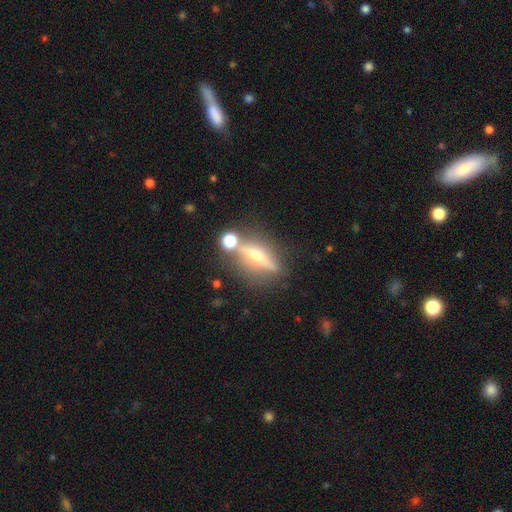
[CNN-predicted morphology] This is likely a featured or disk galaxy (69%). It is clearly viewed edge-on (88%). Edge-on bulge: clearly rounded (91%). Merging: likely none (72%).